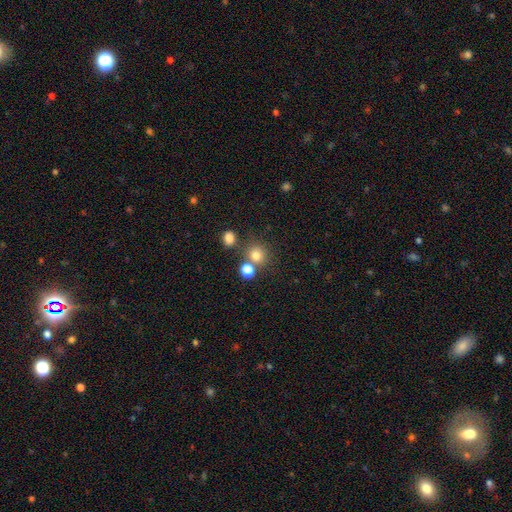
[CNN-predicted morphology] smooth_or_featured: smooth (p=0.76) [alt: star or artifact p=0.16]
how_rounded: round (p=0.85) [alt: in between p=0.14]
merging: none (p=0.67) [alt: merger p=0.20]